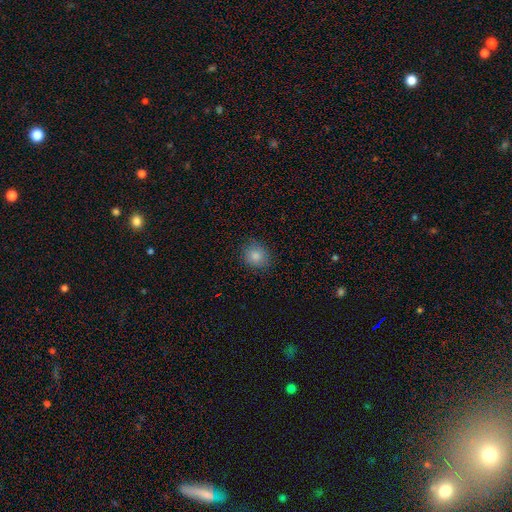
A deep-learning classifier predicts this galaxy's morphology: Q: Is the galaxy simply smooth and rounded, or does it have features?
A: smooth — 84%.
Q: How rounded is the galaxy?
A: round — 78%.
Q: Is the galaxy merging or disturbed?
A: none — 88%.